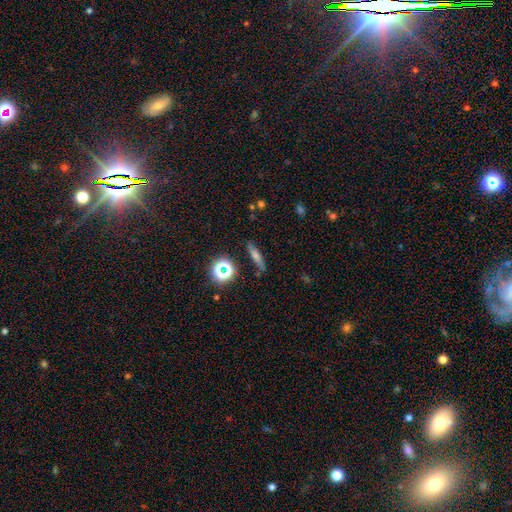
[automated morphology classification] This appears to be a smooth galaxy with no disk features (41%). Merging: none (84%).